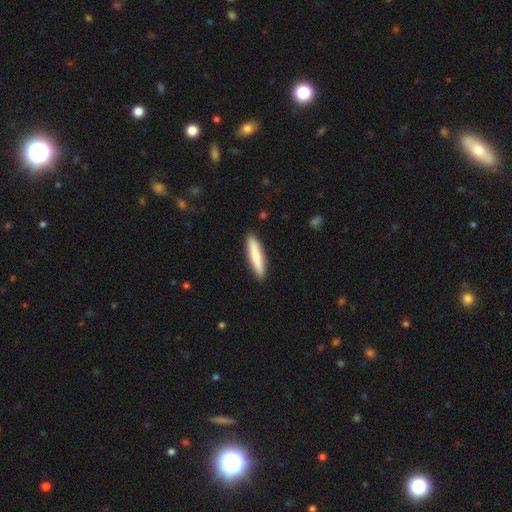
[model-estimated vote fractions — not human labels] A smooth galaxy with no disk features (78%) that is cigar-shaped (87%). Merging: none (90%).